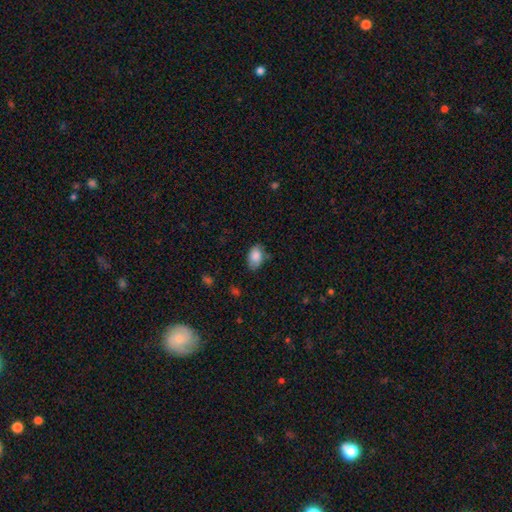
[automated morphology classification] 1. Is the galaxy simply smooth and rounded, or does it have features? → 84% smooth, 9% featured or disk, 7% star or artifact.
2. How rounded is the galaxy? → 90% in between, 9% round, 1% cigar-shaped.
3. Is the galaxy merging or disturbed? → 72% none, 22% minor disturbance, 4% major disturbance, 2% merger.